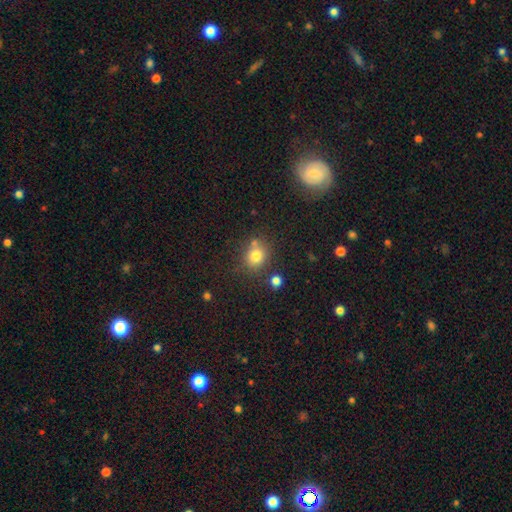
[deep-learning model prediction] This appears to be a smooth galaxy with no disk features (77%) that is round (76%). Merging: none (70%).